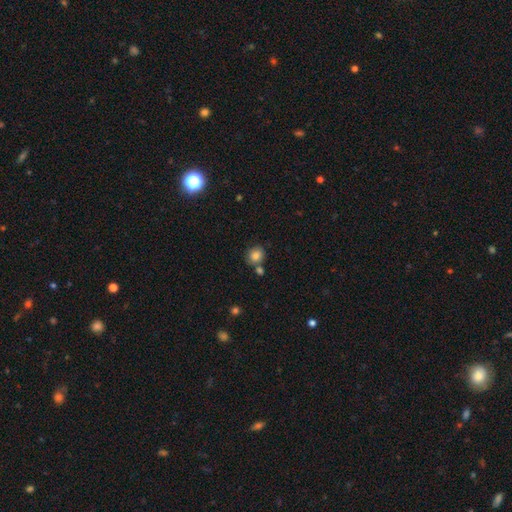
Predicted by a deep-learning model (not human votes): This is clearly a smooth galaxy (82%). How rounded: likely round (77%). Merging: likely none (67%).